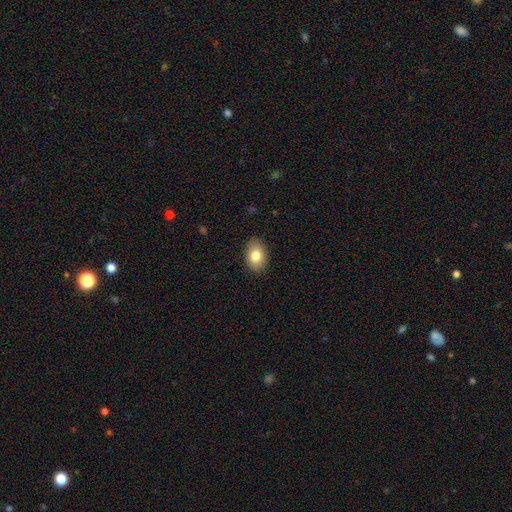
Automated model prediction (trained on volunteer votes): smooth 82%, featured or disk 10%, star or artifact 8%. Down the decision tree: how rounded — in between (83%); merging — none (88%).